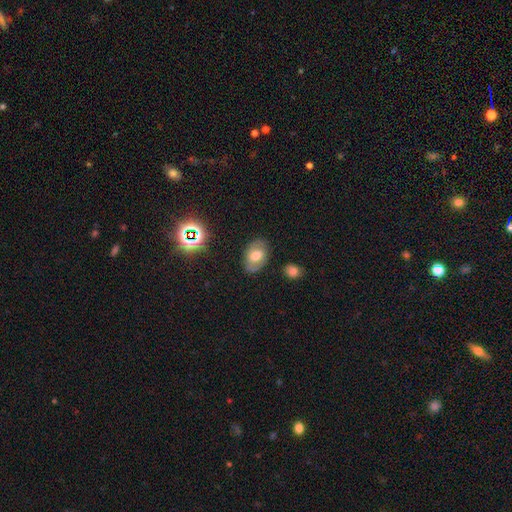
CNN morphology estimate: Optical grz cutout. It shows a smooth galaxy with no disk features (48%). Merging: none (79%).